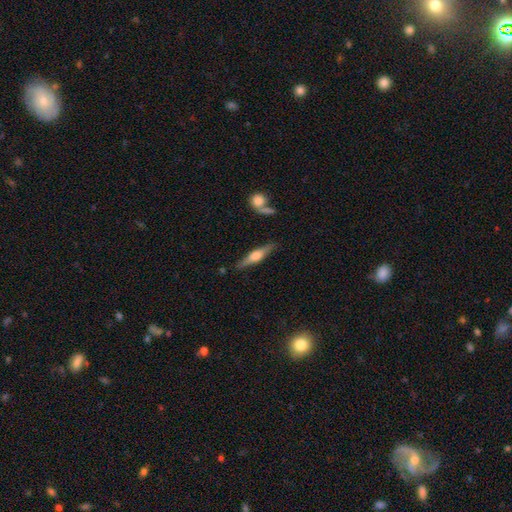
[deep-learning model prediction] Overall: featured or disk (66%; smooth 28%). Edge-on disk: yes (96%). Edge-on bulge: rounded (85%). Merging: none (85%).